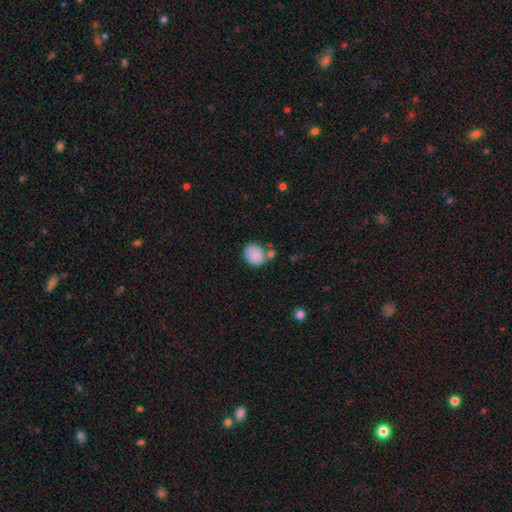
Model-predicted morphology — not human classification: Smooth or featured: smooth — 87% (star or artifact — 8%)
How rounded: round — 62% (in between — 37%)
Merging: none — 63% (merger — 17%)